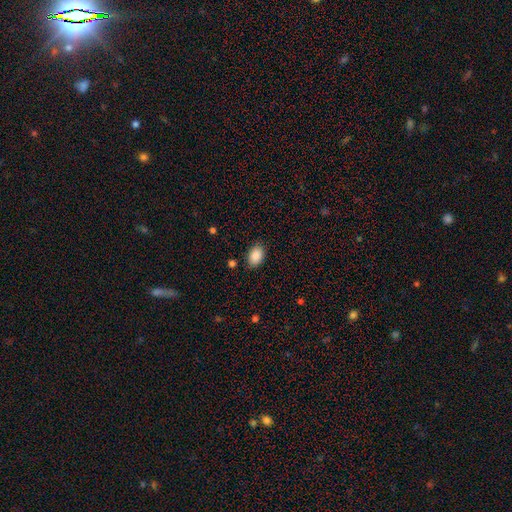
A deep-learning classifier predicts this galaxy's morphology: Smooth or featured? smooth (89%)
How rounded? in between (86%)
Merging? none (85%)